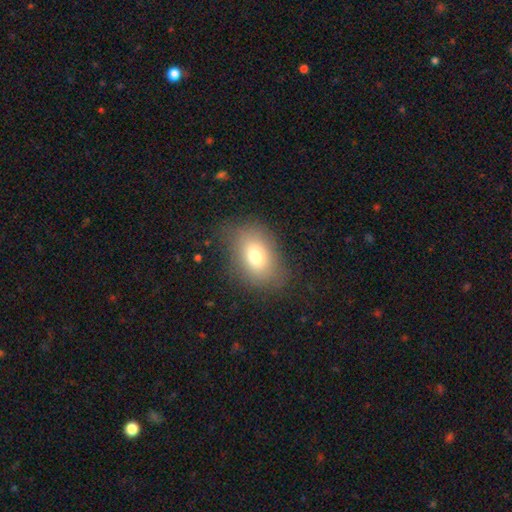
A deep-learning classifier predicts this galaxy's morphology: Q: Smooth or featured?
A: smooth (75%); runner-up: featured or disk (15%)
Q: How rounded?
A: in between (80%); runner-up: round (18%)
Q: Merging?
A: none (74%); runner-up: minor disturbance (17%)